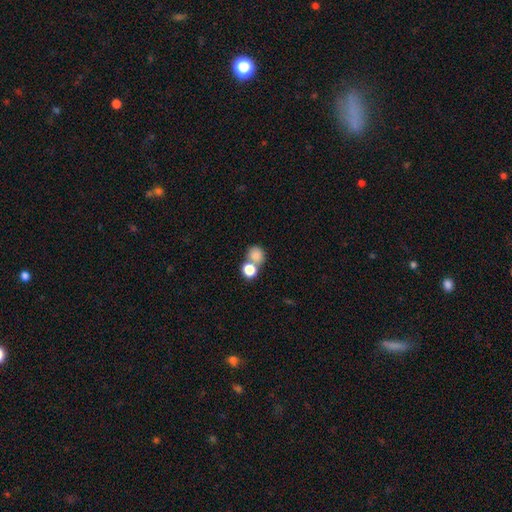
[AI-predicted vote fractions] Smooth or featured: smooth — 81% (star or artifact — 11%)
How rounded: round — 74% (in between — 25%)
Merging: merger — 45% (none — 43%)